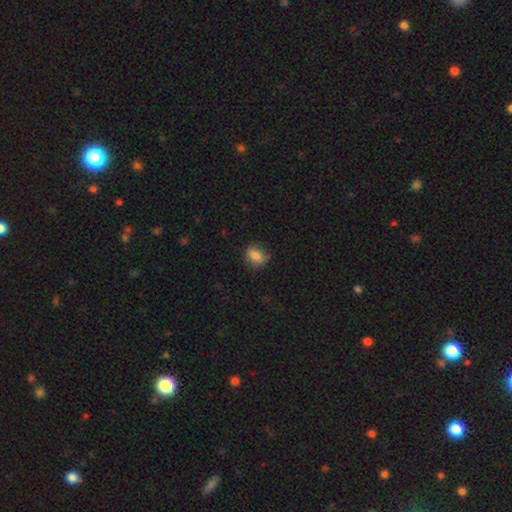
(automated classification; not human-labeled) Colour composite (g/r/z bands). It shows a smooth galaxy with no disk features (83%) that is in between round and cigar-shaped (60%). Merging: none (80%).